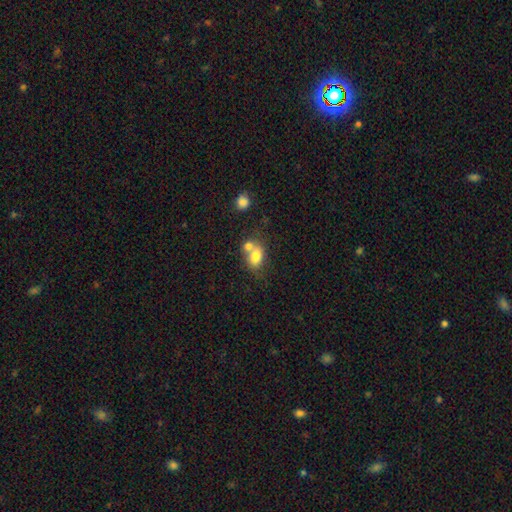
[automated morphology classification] Smooth or featured: smooth — 76% (featured or disk — 14%)
How rounded: in between — 69% (round — 30%)
Merging: merger — 52% (none — 32%)